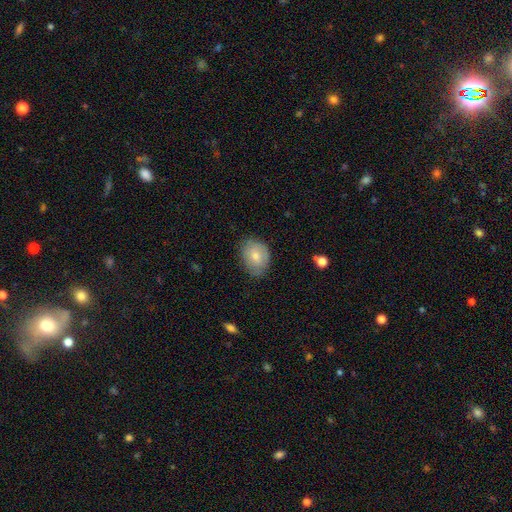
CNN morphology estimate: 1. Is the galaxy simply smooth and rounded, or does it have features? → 73% smooth, 20% featured or disk, 7% star or artifact.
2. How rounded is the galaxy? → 64% in between, 35% round, 1% cigar-shaped.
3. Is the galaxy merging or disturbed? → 71% none, 23% minor disturbance, 5% major disturbance, 1% merger.